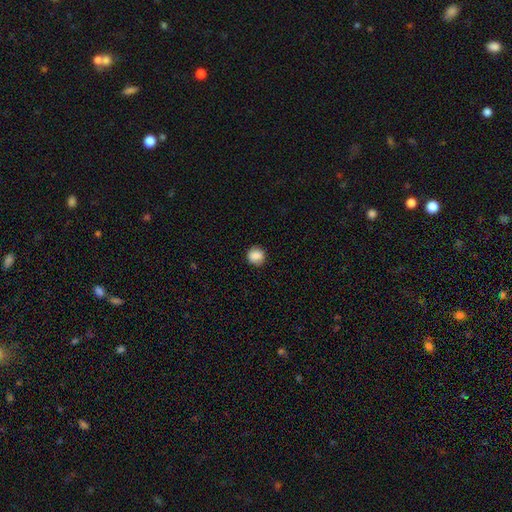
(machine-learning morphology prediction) smooth 85%, star or artifact 9%, featured or disk 6%. Down the decision tree: how rounded — round (88%); merging — none (89%).